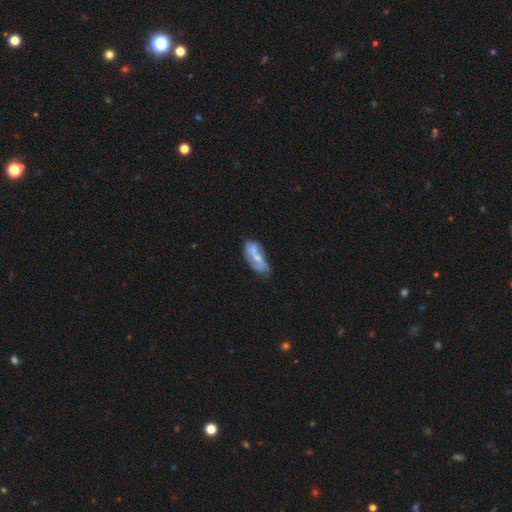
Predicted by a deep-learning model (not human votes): smooth_or_featured: featured or disk (p=0.55) [alt: smooth p=0.38]
disk_edge_on: no (p=0.92) [alt: yes p=0.08]
bar: no (p=0.57) [alt: weak p=0.32]
has_spiral_arms: yes (p=0.58) [alt: no p=0.42]
bulge_size: small (p=0.42) [alt: moderate p=0.38]
merging: none (p=0.42) [alt: minor disturbance p=0.25]